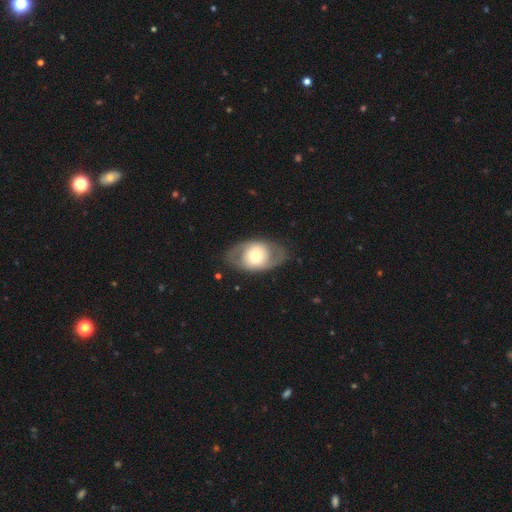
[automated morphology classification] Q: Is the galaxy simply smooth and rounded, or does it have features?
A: featured or disk — 52%.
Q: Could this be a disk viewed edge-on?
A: no — 90%.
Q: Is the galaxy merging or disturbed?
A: none — 79%.